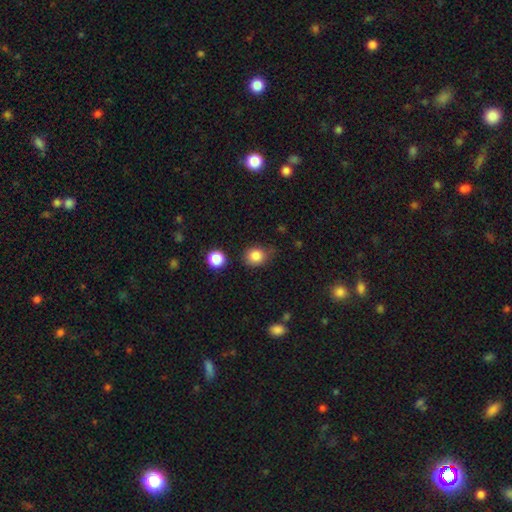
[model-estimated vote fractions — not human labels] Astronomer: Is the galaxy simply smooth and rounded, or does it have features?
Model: smooth — 85%.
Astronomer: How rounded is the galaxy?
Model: round — 71%.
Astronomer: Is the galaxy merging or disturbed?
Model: none — 71%.